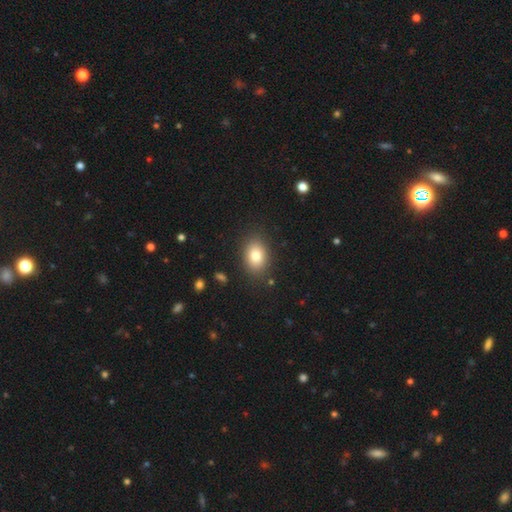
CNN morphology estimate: smooth-or-featured: smooth: 82% | featured or disk: 9% | star or artifact: 9%
  how-rounded: in between: 75% | round: 23% | cigar-shaped: 1%
  merging: none: 86% | minor disturbance: 10% | major disturbance: 3% | merger: 2%